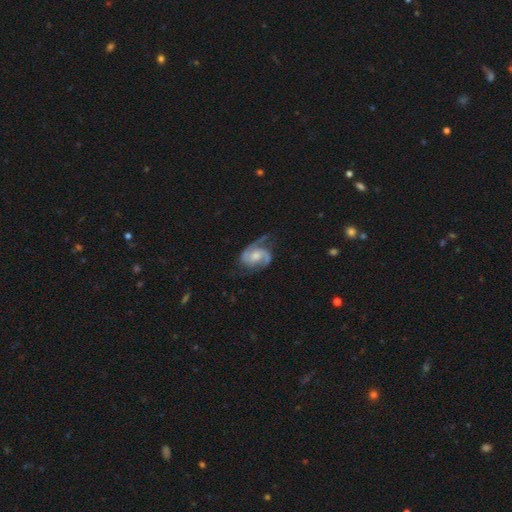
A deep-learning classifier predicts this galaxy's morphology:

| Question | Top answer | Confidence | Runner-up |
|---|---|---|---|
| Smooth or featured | featured or disk | 88% | smooth (8%) |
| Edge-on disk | no | 98% | yes (2%) |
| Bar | no | 57% | weak (36%) |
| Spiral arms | yes | 97% | no (3%) |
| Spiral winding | medium | 53% | tight (28%) |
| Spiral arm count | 2 | 87% | 1 (4%) |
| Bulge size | moderate | 52% | small (31%) |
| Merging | none | 62% | minor disturbance (22%) |